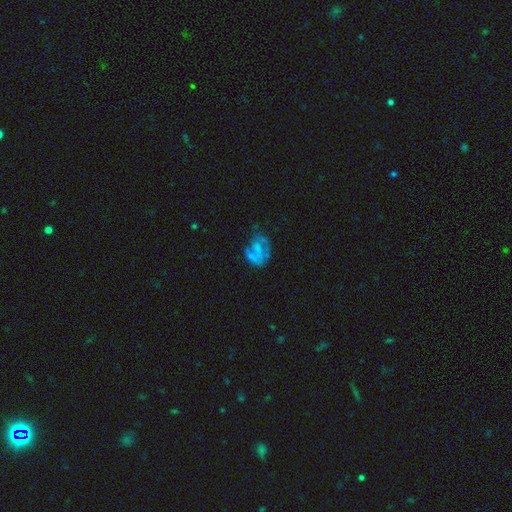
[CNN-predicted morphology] This appears to be a featured or disk galaxy (52%) with no bar (79%), no spiral arms (54%) and no central bulge (71%). Merging: major disturbance (36%).